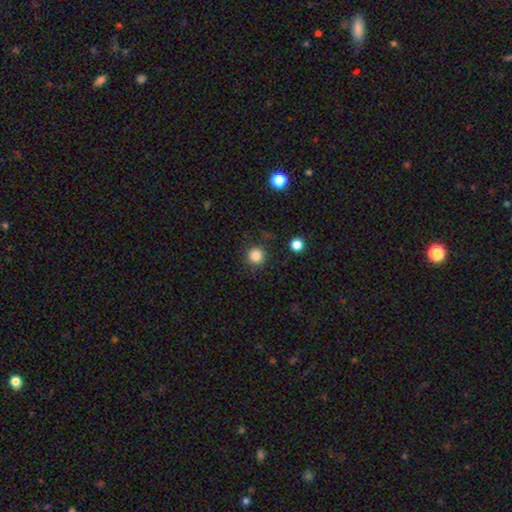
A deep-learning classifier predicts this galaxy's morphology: The model was most divided on "smooth or featured": smooth: 85%, star or artifact: 12%, featured or disk: 4%. More confident: how rounded — round (94%); merging — none (88%).